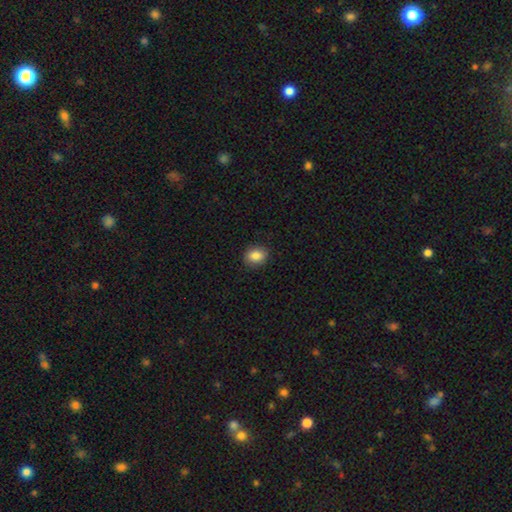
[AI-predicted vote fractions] The model was most divided on "how rounded": in between: 50%, round: 49%, cigar-shaped: 1%. More confident: merging — none (89%); smooth or featured — smooth (86%).